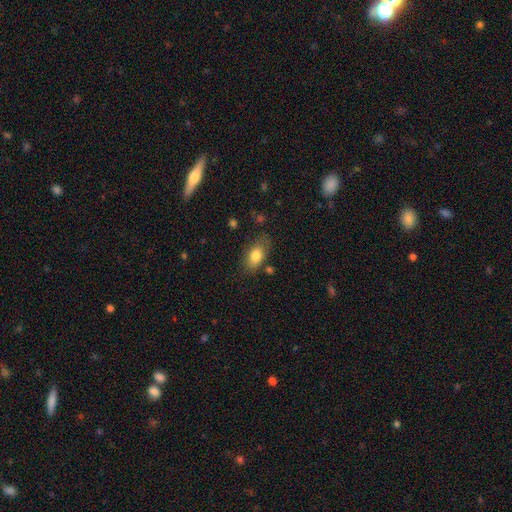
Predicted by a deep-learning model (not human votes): smooth 80%, featured or disk 12%, star or artifact 7%. Down the decision tree: how rounded — in between (88%); merging — none (72%).